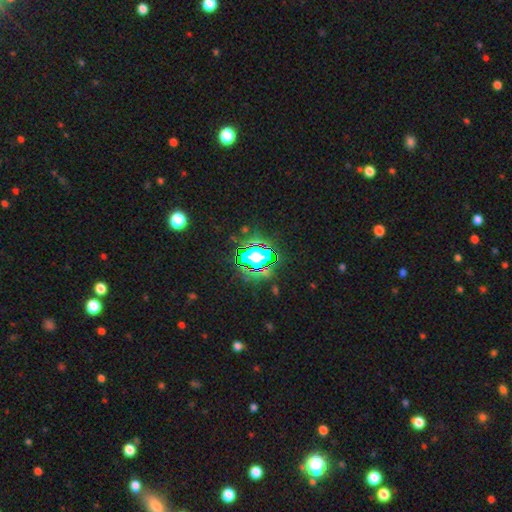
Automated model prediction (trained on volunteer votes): Q: Smooth or featured?
A: star or artifact (61%); runner-up: smooth (26%)